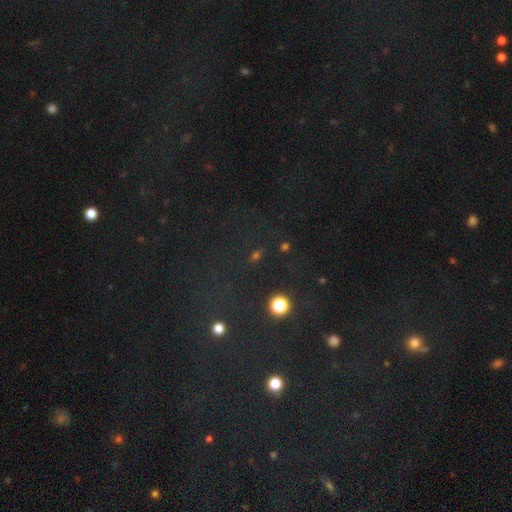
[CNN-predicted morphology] This is possibly a star or artifact rather than a galaxy (49%).